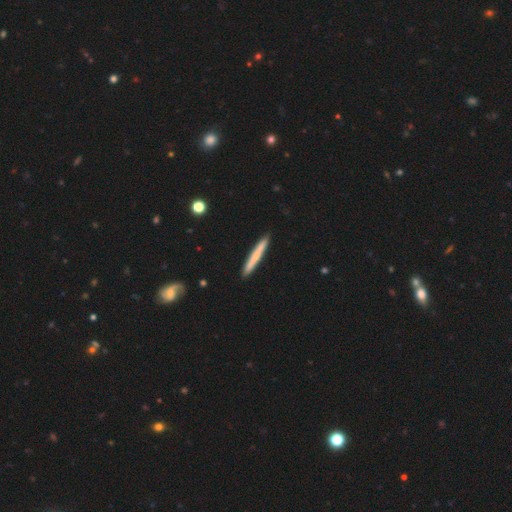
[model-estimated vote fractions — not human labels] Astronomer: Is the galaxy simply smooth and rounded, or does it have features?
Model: smooth — 64%.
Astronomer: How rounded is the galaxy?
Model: cigar-shaped — 97%.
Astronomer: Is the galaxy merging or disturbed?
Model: none — 91%.